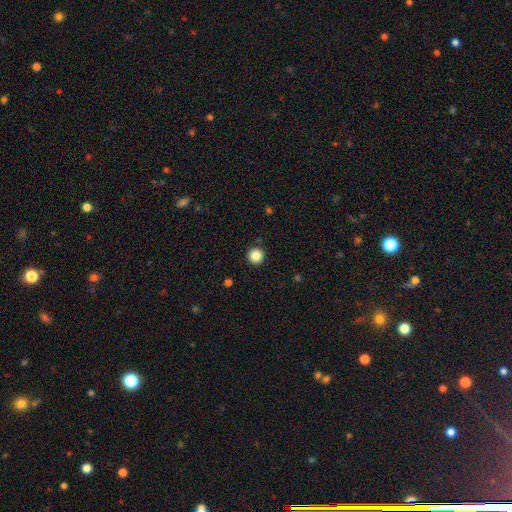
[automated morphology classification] Q: Smooth or featured?
A: smooth (85%); runner-up: star or artifact (11%)
Q: How rounded?
A: round (96%); runner-up: in between (3%)
Q: Merging?
A: none (93%); runner-up: minor disturbance (5%)